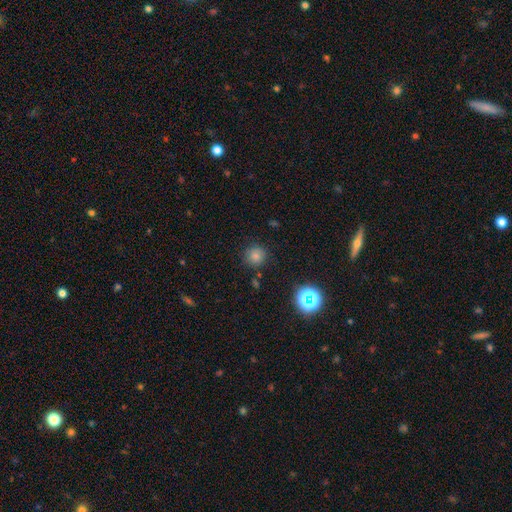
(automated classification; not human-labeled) A smooth galaxy with no disk features (77%) that is round (93%).

Vote fractions:
- Smooth or featured? smooth: 77% / star or artifact: 17% / featured or disk: 6%
- How rounded? round: 93% / in between: 6% / cigar-shaped: 1%
- Merging? none: 85% / minor disturbance: 9% / major disturbance: 3% / merger: 3%